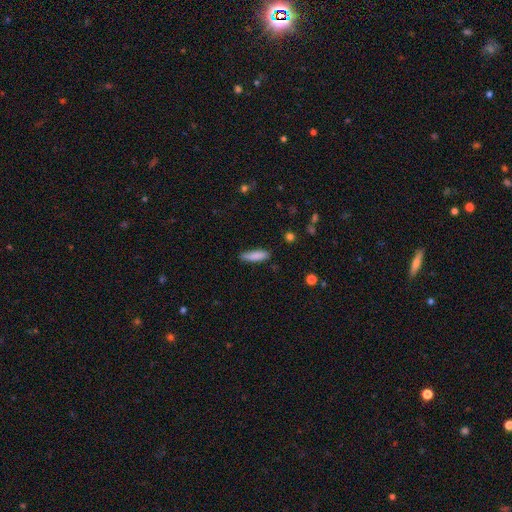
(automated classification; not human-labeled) Smooth or featured? Predicted: smooth (p=0.86). How rounded? Predicted: cigar-shaped (p=0.63). Merging? Predicted: none (p=0.83).